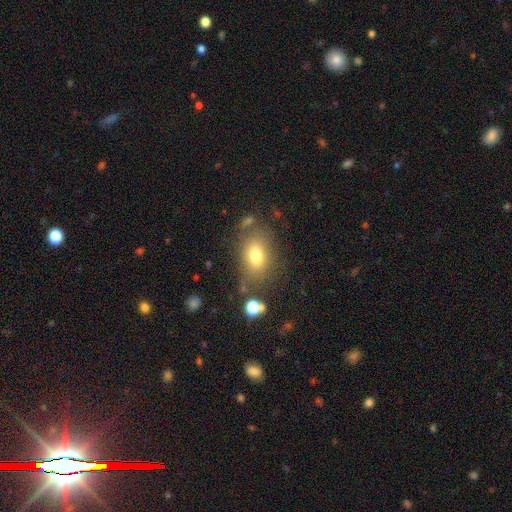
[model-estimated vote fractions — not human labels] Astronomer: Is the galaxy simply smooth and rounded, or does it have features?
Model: smooth — 74%.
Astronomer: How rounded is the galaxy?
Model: in between — 75%.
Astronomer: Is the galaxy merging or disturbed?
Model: none — 66%.